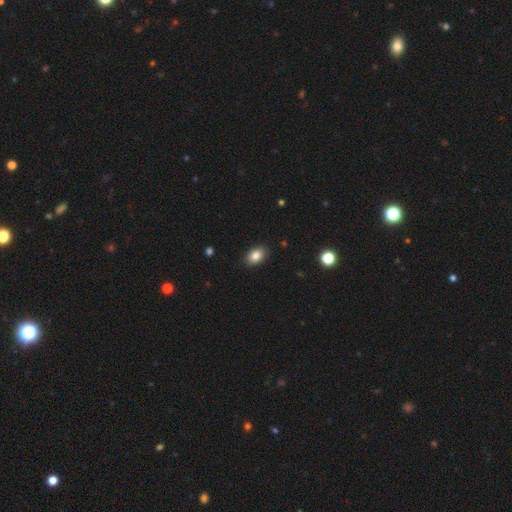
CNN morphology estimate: Smooth or featured? smooth (84%)
How rounded? in between (85%)
Merging? none (88%)